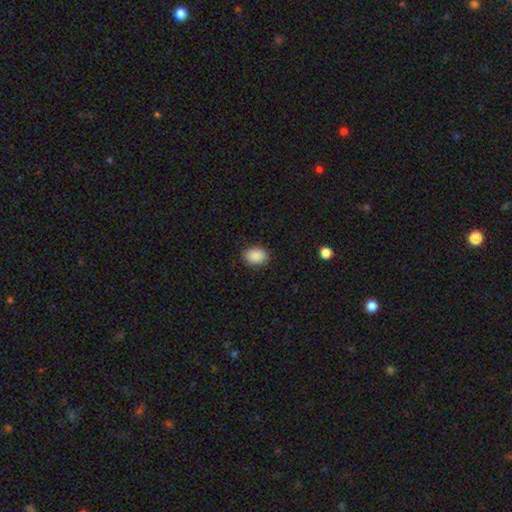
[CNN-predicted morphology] smooth_or_featured: smooth (p=0.89) [alt: star or artifact p=0.07]
how_rounded: in between (p=0.73) [alt: round p=0.26]
merging: none (p=0.87) [alt: minor disturbance p=0.09]